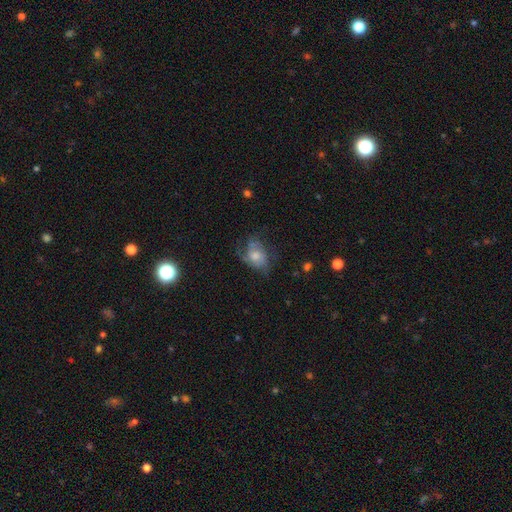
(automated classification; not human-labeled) This is possibly a featured or disk galaxy (53%). It is clearly not viewed edge-on (96%). Bar: likely no (76%). Spiral arm pattern: likely yes (77%). Central bulge: possibly moderate (50%). Merging: possibly none (46%).